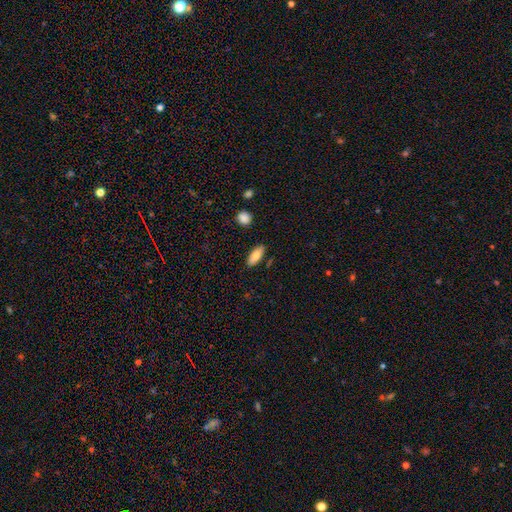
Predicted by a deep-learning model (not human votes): smooth-or-featured: smooth: 82% | featured or disk: 11% | star or artifact: 7%
  how-rounded: in between: 78% | cigar-shaped: 20% | round: 2%
  merging: none: 85% | minor disturbance: 10% | merger: 2% | major disturbance: 2%